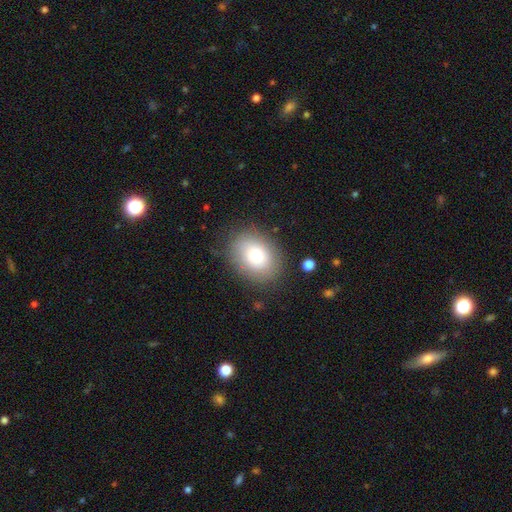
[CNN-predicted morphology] The model was most divided on "how rounded": in between: 57%, round: 42%, cigar-shaped: 1%. More confident: merging — none (82%); smooth or featured — smooth (75%).